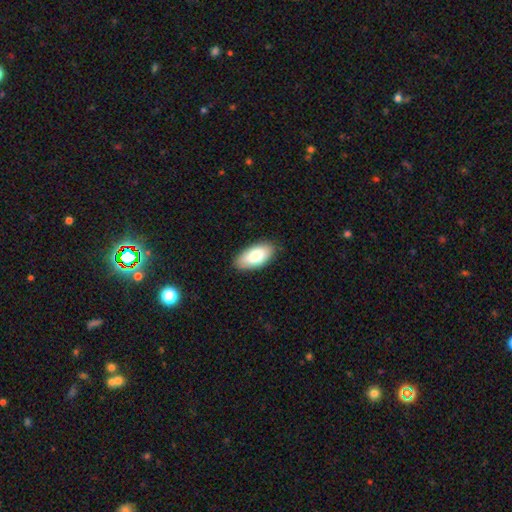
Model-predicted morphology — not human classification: Smooth or featured: smooth — 78% (featured or disk — 15%)
How rounded: in between — 93% (cigar-shaped — 4%)
Merging: none — 87% (minor disturbance — 10%)